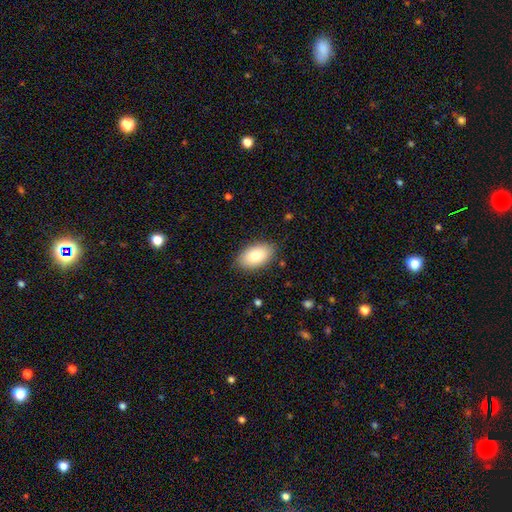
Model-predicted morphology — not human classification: Overall: smooth (82%). How rounded: in between (94%). Merging: none (85%).